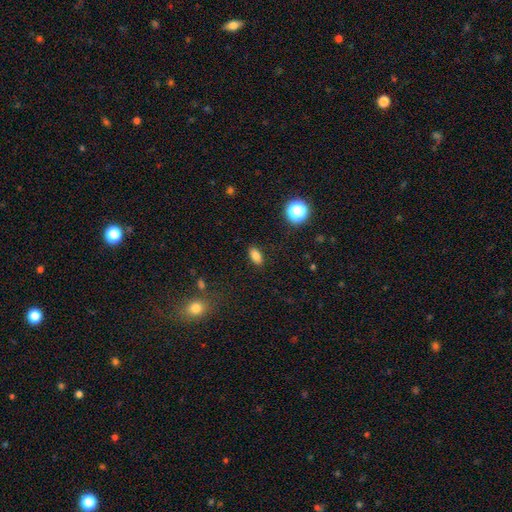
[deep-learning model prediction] A smooth galaxy with no disk features (81%) that is in between round and cigar-shaped (86%). Merging: none (88%).